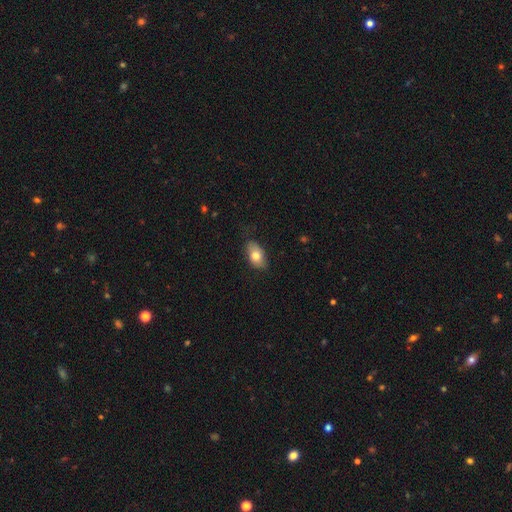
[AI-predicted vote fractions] A smooth galaxy with no disk features (75%) that is in between round and cigar-shaped (89%).

Vote fractions:
- Smooth or featured? smooth: 75% / featured or disk: 17% / star or artifact: 7%
- How rounded? in between: 89% / round: 8% / cigar-shaped: 3%
- Merging? none: 74% / minor disturbance: 21% / major disturbance: 4% / merger: 1%